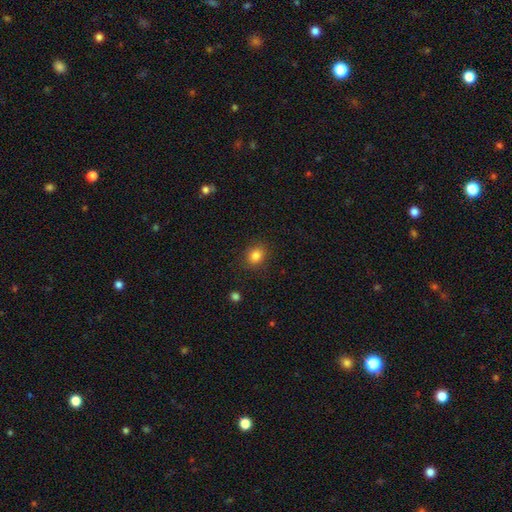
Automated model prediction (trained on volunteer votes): Overall: smooth (83%). How rounded: round (65%; in between 35%). Merging: none (87%).